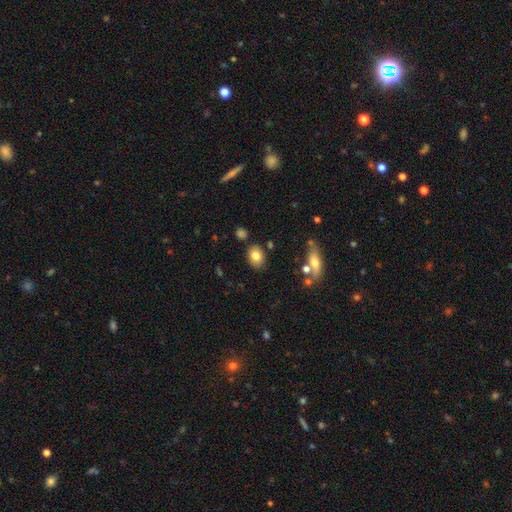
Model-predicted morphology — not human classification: Smooth or featured? Predicted: smooth (p=0.80). How rounded? Predicted: in between (p=0.68). Merging? Predicted: none (p=0.82).